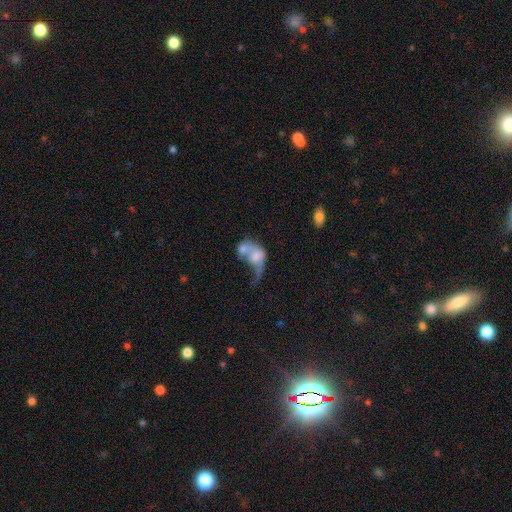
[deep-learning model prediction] This is possibly a smooth galaxy (49%). Merging: possibly merger (56%).